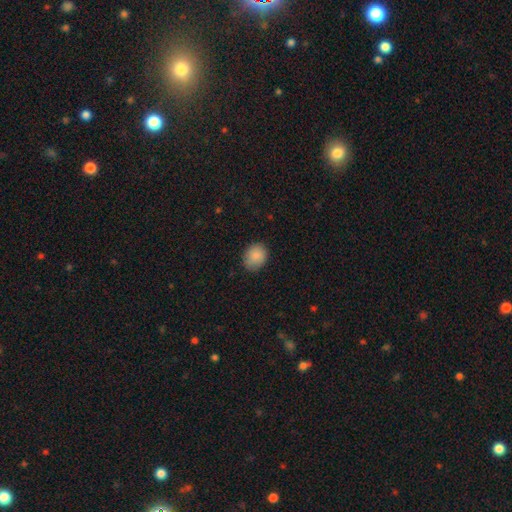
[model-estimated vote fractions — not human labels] Smooth or featured?
  - smooth: 88% *
  - star or artifact: 8%
  - featured or disk: 5%
How rounded?
  - round: 55% *
  - in between: 44%
  - cigar-shaped: 1%
Merging?
  - none: 82% *
  - minor disturbance: 14%
  - major disturbance: 3%
  - merger: 1%